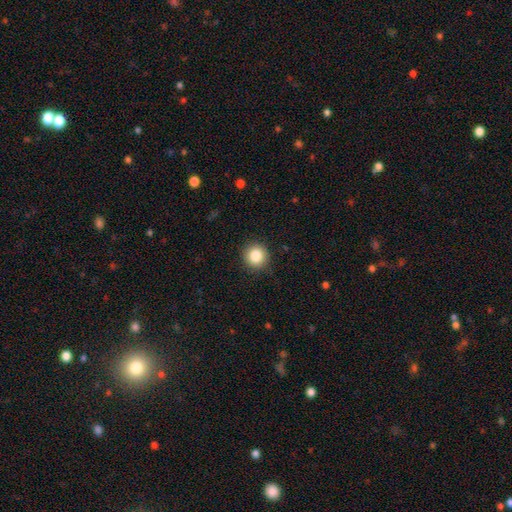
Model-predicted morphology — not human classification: Smooth or featured? smooth (85%)
How rounded? round (93%)
Merging? none (91%)